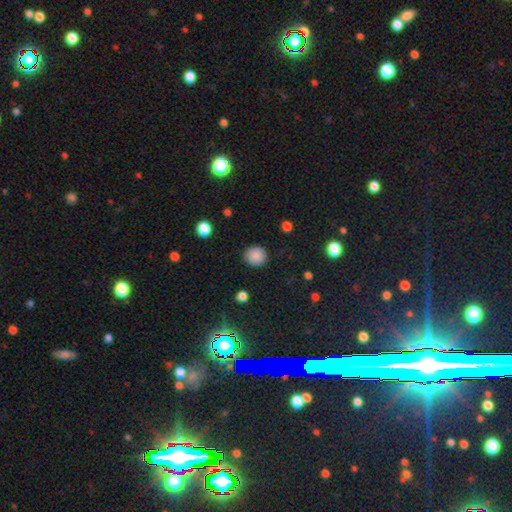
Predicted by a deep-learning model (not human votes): Smooth or featured? smooth (87%)
How rounded? round (89%)
Merging? none (89%)